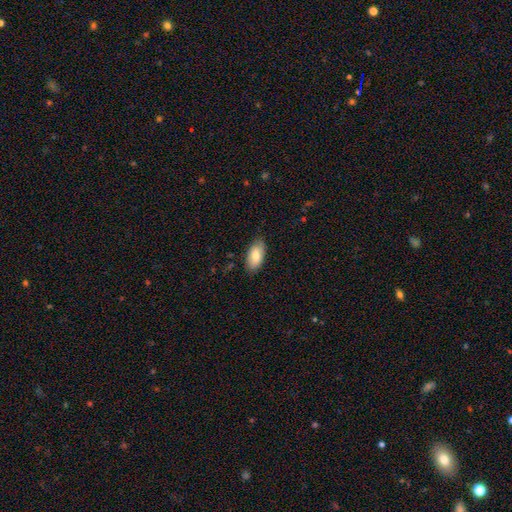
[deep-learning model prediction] Morphology: type=smooth (76%); roundness=in between (93%); merging=none (81%).